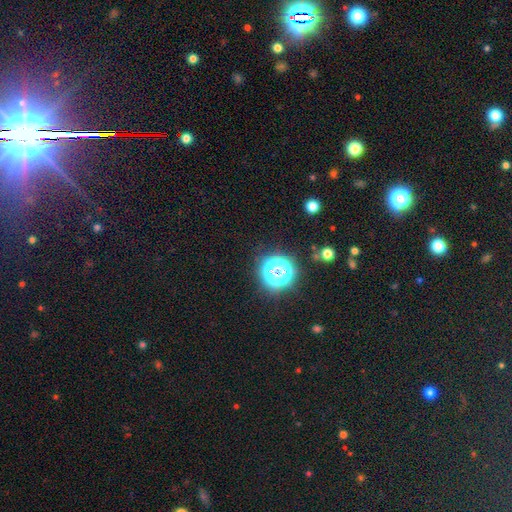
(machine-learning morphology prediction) Smooth or featured? Predicted: star or artifact (p=0.74).